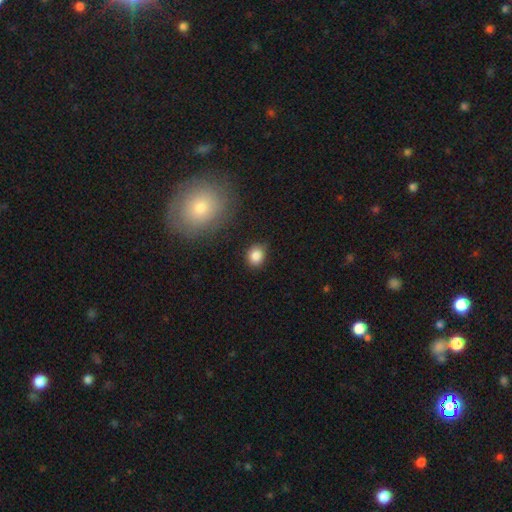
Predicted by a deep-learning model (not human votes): Smooth or featured? Predicted: smooth (p=0.85). How rounded? Predicted: round (p=0.62). Merging? Predicted: none (p=0.77).